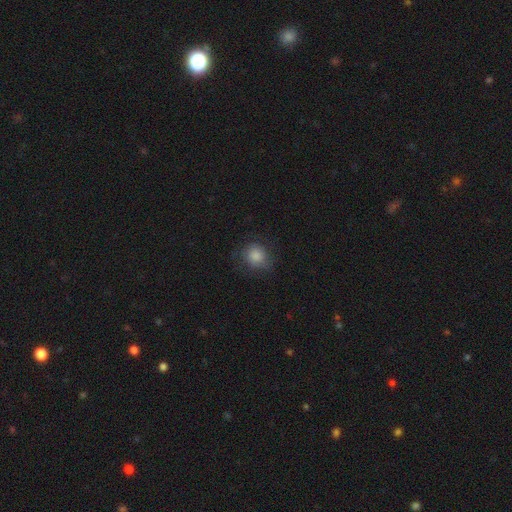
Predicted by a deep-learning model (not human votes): Smooth or featured? smooth (75%)
How rounded? round (81%)
Merging? none (74%)